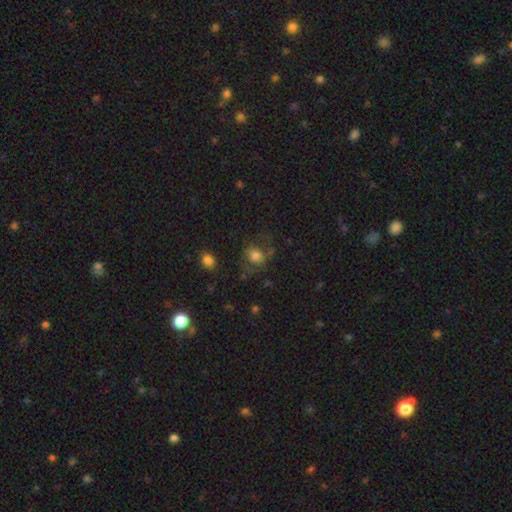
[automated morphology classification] smooth 61%, featured or disk 25%, star or artifact 13%. Down the decision tree: how rounded — round (66%); merging — none (50%).